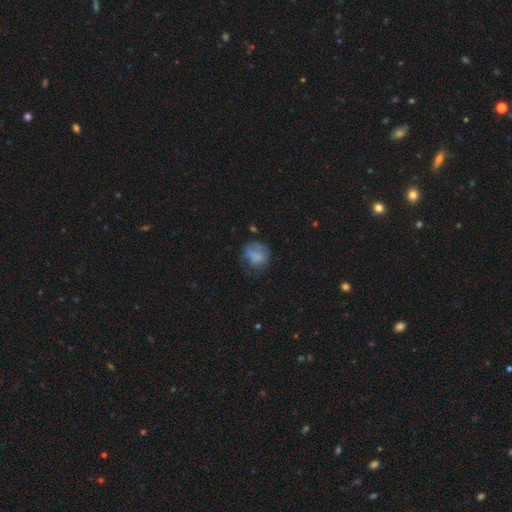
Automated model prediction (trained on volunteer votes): smooth_or_featured: smooth (p=0.64) [alt: featured or disk p=0.25]
how_rounded: round (p=0.67) [alt: in between p=0.32]
merging: none (p=0.47) [alt: minor disturbance p=0.27]